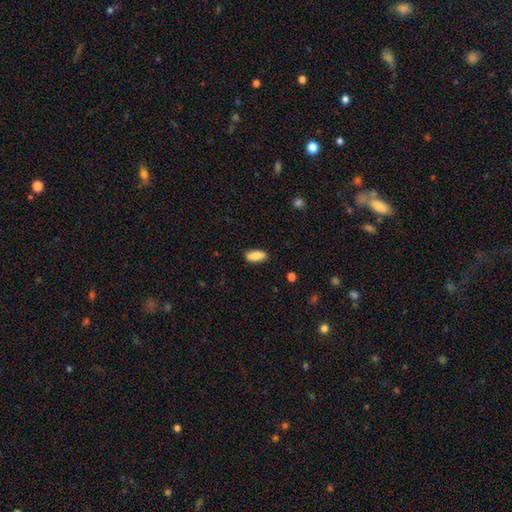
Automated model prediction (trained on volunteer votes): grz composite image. It shows a smooth galaxy with no disk features (88%) that is in between round and cigar-shaped (82%). Merging: none (87%).